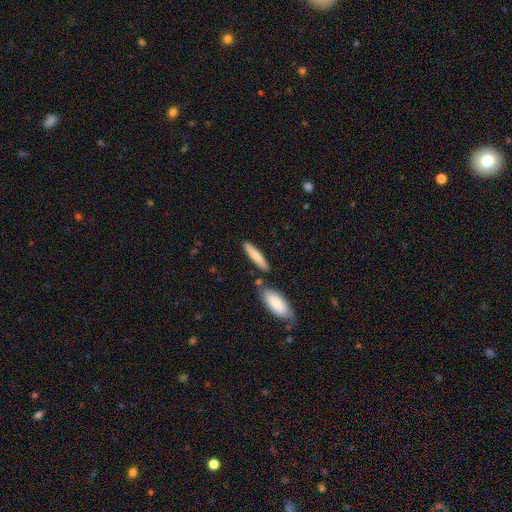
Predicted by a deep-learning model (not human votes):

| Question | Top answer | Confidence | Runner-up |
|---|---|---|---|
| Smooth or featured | smooth | 76% | featured or disk (19%) |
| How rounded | cigar-shaped | 83% | in between (16%) |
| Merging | none | 73% | minor disturbance (12%) |